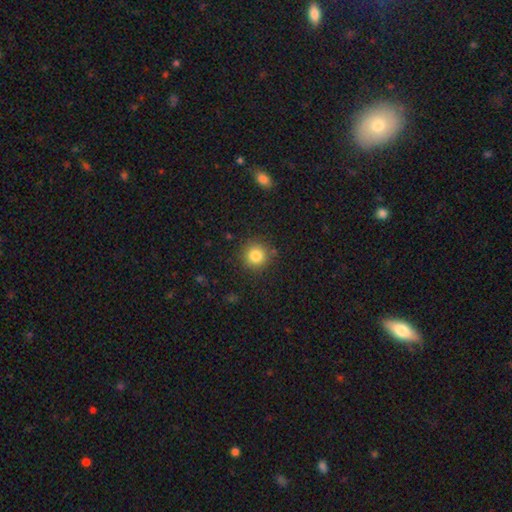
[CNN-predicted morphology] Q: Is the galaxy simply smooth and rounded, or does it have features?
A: smooth — 82%.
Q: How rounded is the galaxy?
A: round — 94%.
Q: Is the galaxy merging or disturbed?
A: none — 88%.